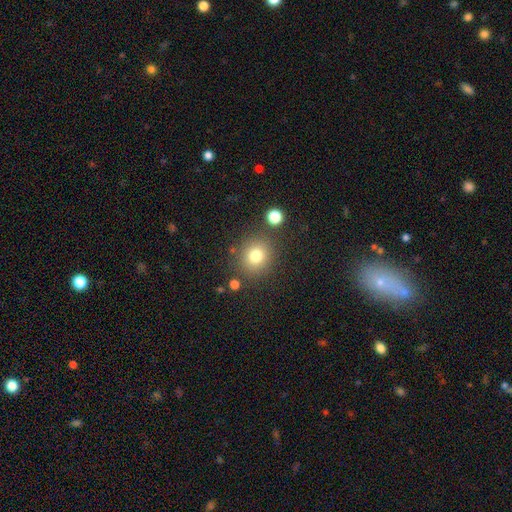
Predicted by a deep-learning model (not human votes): Smooth or featured: smooth — 78% (star or artifact — 13%)
How rounded: round — 86% (in between — 13%)
Merging: none — 82% (minor disturbance — 9%)